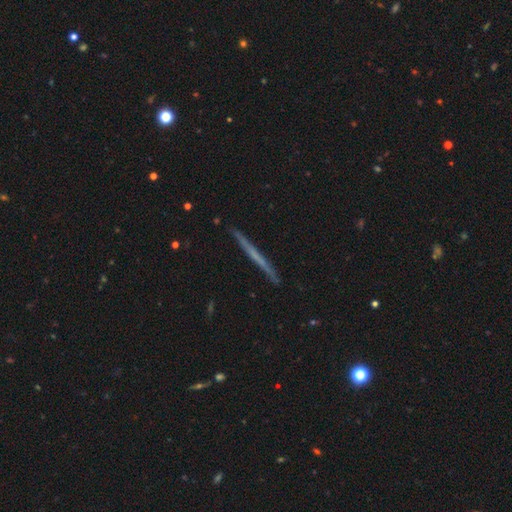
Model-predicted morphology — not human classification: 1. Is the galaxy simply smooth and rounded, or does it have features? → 58% featured or disk, 36% smooth, 6% star or artifact.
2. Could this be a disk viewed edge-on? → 97% yes, 3% no.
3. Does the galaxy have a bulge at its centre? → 87% none, 9% rounded, 4% boxy.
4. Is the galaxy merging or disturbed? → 91% none, 7% minor disturbance, 1% major disturbance, 1% merger.